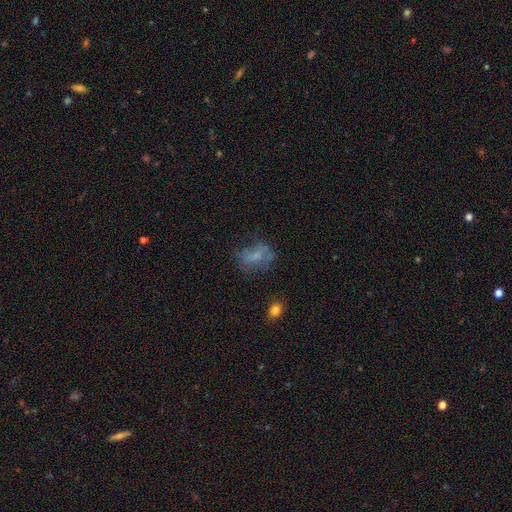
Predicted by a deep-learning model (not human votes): This appears to be a smooth galaxy with no disk features (49%). Merging: none (45%).